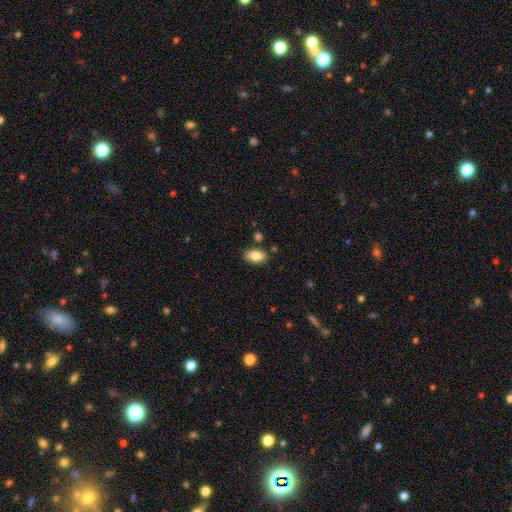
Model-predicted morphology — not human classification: Smooth or featured? smooth (84%)
How rounded? in between (92%)
Merging? none (84%)